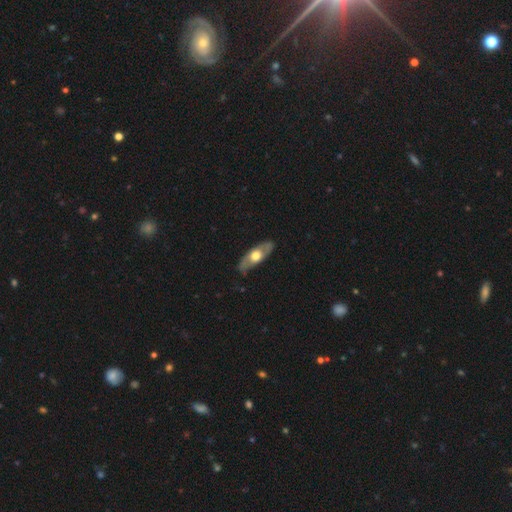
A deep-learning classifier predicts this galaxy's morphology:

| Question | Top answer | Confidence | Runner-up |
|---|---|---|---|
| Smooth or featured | featured or disk | 52% | smooth (44%) |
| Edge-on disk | no | 59% | yes (41%) |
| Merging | none | 81% | minor disturbance (15%) |